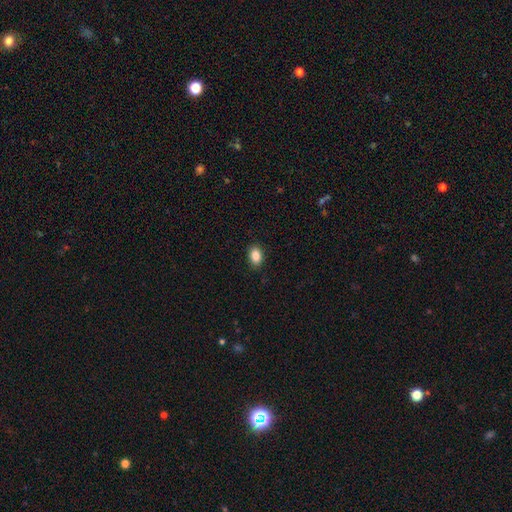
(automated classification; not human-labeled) Q: Smooth or featured?
A: smooth (86%); runner-up: star or artifact (9%)
Q: How rounded?
A: in between (82%); runner-up: round (17%)
Q: Merging?
A: none (89%); runner-up: minor disturbance (8%)